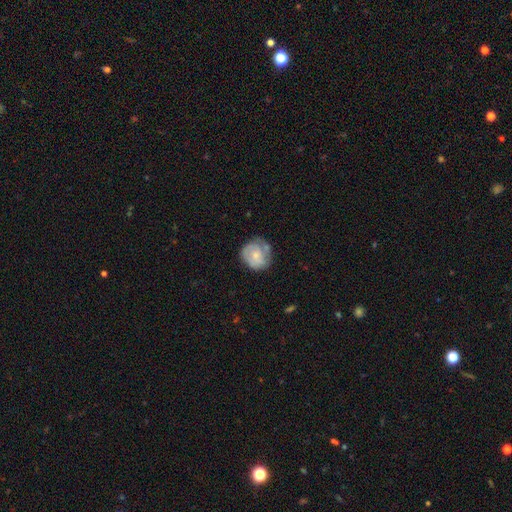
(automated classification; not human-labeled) A featured or disk galaxy (59%) with no bar (73%), spiral arms (81%) and a small central bulge (58%). Merging: none (62%).